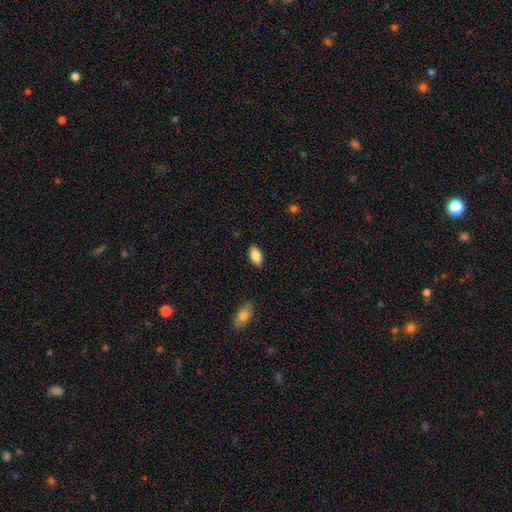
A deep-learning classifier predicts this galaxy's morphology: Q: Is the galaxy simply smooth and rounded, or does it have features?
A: smooth — 84%.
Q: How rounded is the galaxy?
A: in between — 89%.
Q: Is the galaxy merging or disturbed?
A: none — 88%.